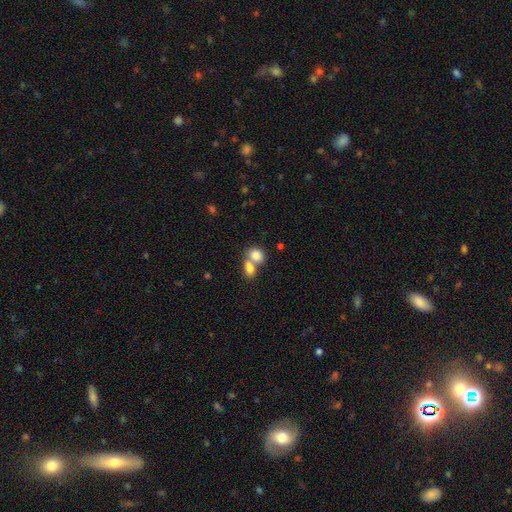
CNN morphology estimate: Q: Smooth or featured?
A: smooth (81%); runner-up: featured or disk (10%)
Q: How rounded?
A: in between (70%); runner-up: round (29%)
Q: Merging?
A: merger (62%); runner-up: none (28%)